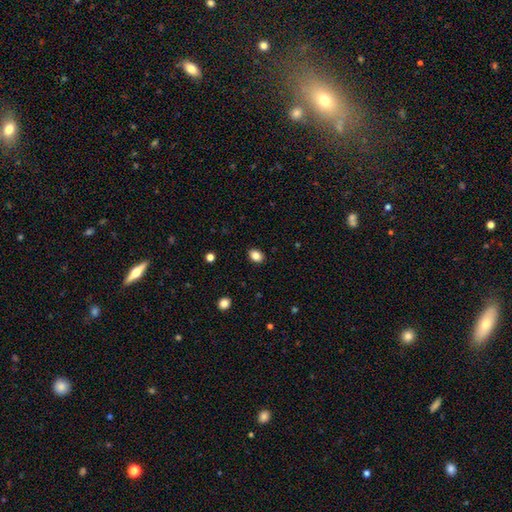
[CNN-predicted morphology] smooth-or-featured: smooth: 85% | star or artifact: 10% | featured or disk: 5%
  how-rounded: in between: 66% | round: 33% | cigar-shaped: 1%
  merging: none: 89% | minor disturbance: 8% | major disturbance: 2% | merger: 1%